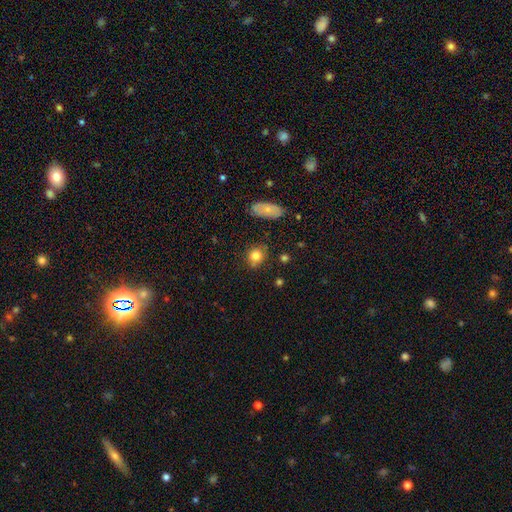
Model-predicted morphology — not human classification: type=smooth (81%); roundness=round (74%); merging=none (77%).